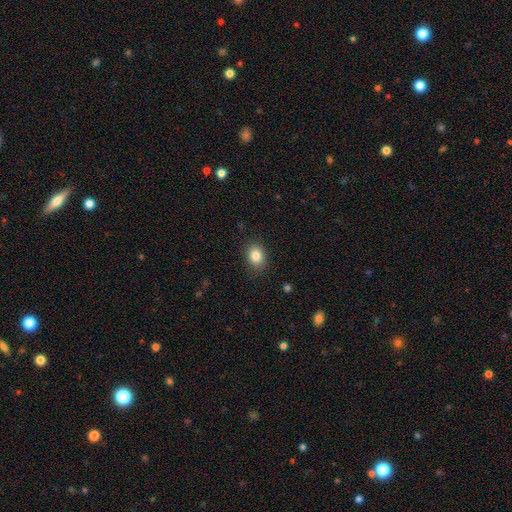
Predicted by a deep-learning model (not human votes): This is clearly a smooth galaxy (84%). How rounded: likely in between (62%). Merging: clearly none (86%).